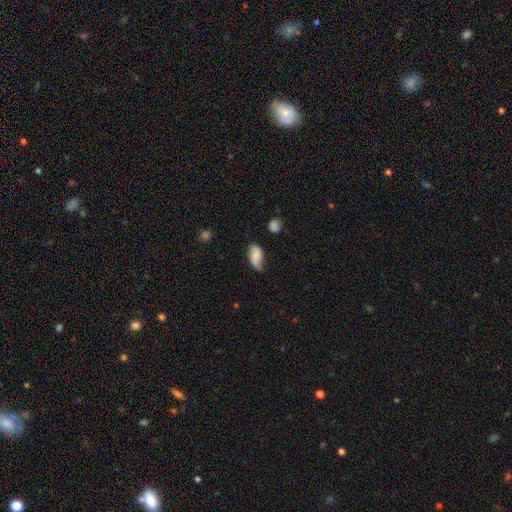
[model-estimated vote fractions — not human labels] Smooth or featured? Predicted: smooth (p=0.58). How rounded? Predicted: in between (p=0.91). Merging? Predicted: none (p=0.50).